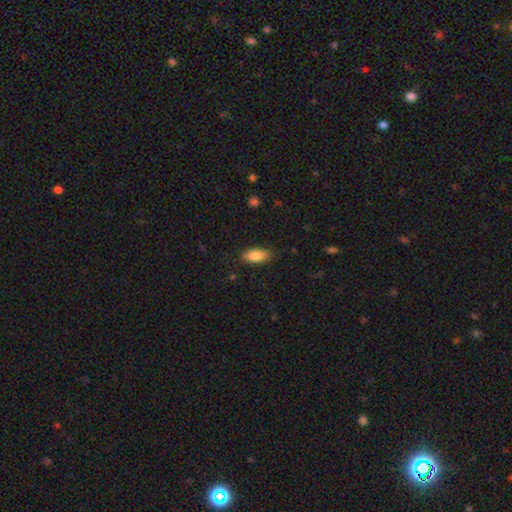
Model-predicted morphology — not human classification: Smooth or featured? Predicted: smooth (p=0.85). How rounded? Predicted: in between (p=0.86). Merging? Predicted: none (p=0.85).